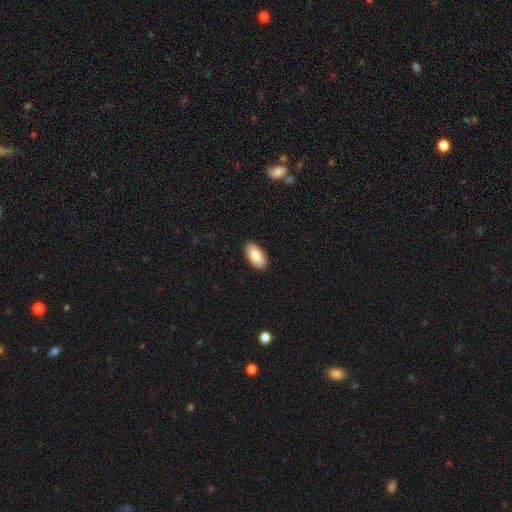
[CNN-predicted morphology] smooth 88%, featured or disk 6%, star or artifact 6%. Down the decision tree: how rounded — in between (94%); merging — none (91%).